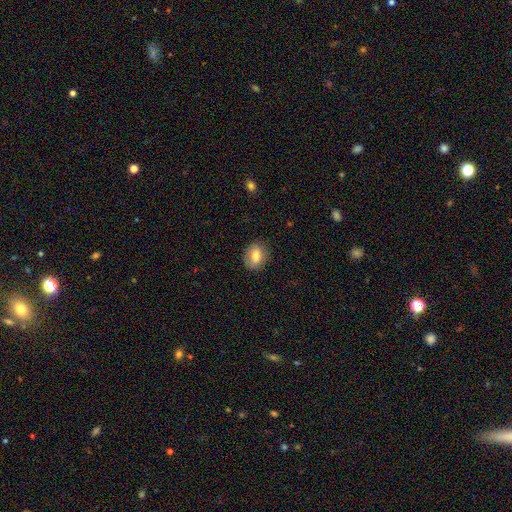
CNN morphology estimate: smooth 75%, featured or disk 17%, star or artifact 8%. Down the decision tree: how rounded — in between (59%); merging — none (83%).